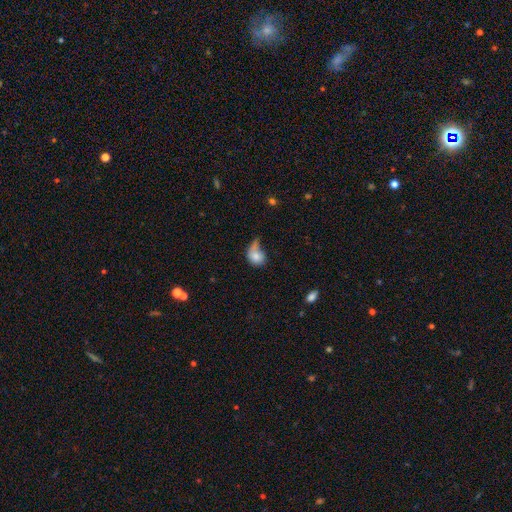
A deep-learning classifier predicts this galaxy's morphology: This appears to be a smooth galaxy with no disk features (75%) that is in between round and cigar-shaped (52%). Merging: major disturbance (38%).